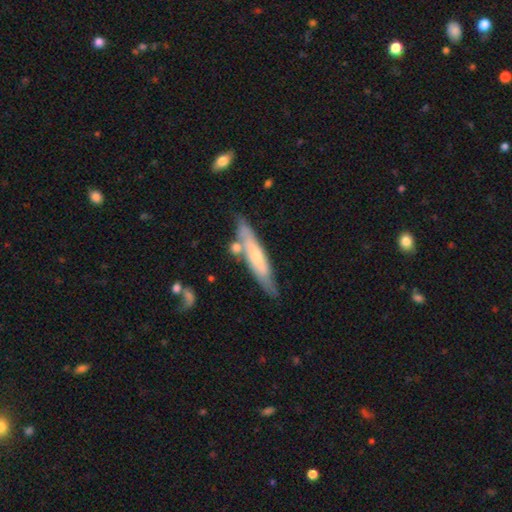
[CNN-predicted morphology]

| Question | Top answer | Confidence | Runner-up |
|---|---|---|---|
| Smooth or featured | featured or disk | 47% | tied: smooth (47%) |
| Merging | none | 70% | minor disturbance (17%) |